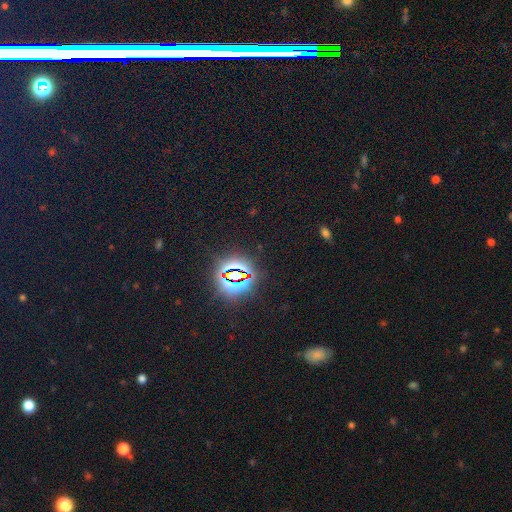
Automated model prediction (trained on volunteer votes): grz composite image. It shows a star or artifact, not a galaxy (74%).